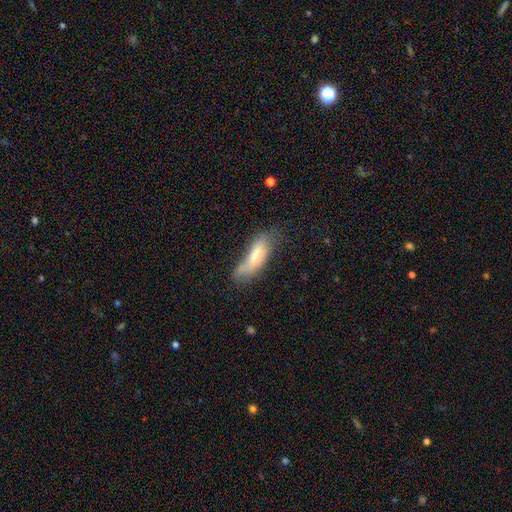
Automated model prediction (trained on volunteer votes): Q: Smooth or featured?
A: smooth (69%); runner-up: featured or disk (24%)
Q: How rounded?
A: in between (54%); runner-up: cigar-shaped (44%)
Q: Merging?
A: none (44%); runner-up: minor disturbance (34%)